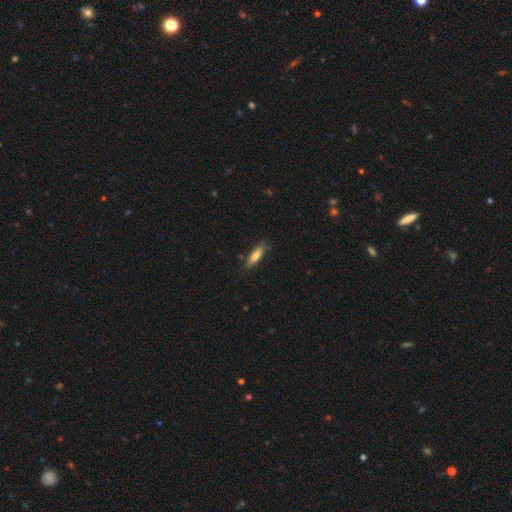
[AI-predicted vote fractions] A smooth galaxy with no disk features (67%) that is cigar-shaped (65%). Merging: none (82%).